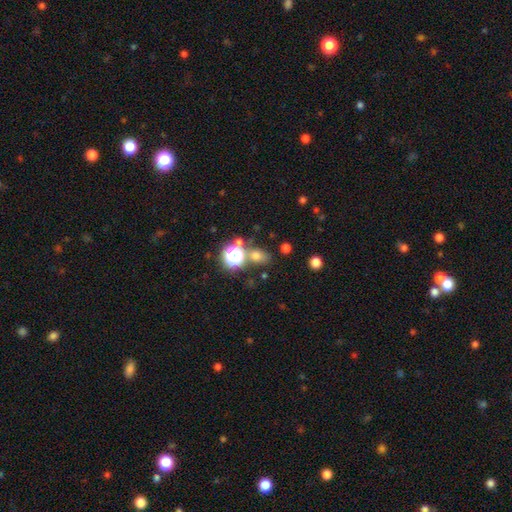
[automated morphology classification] Q: Smooth or featured?
A: smooth (64%); runner-up: star or artifact (27%)
Q: How rounded?
A: in between (50%); runner-up: round (48%)
Q: Merging?
A: none (68%); runner-up: merger (15%)